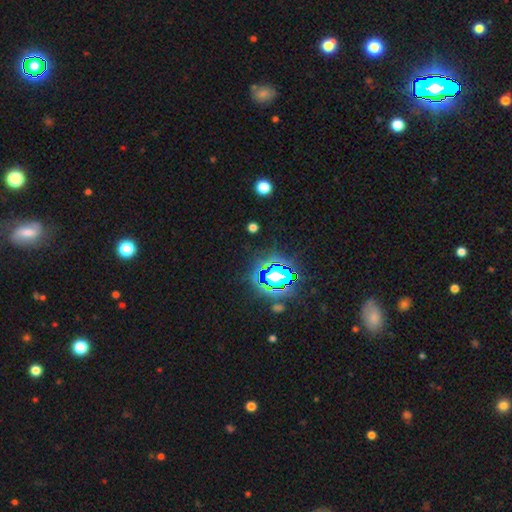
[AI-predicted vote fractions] Smooth or featured? Predicted: star or artifact (p=0.78).